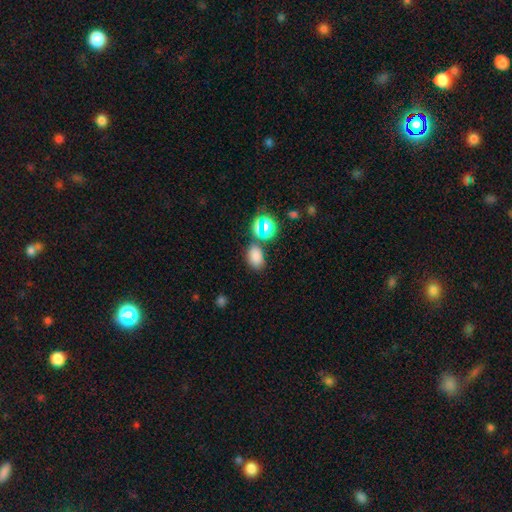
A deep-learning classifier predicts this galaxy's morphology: smooth 73%, star or artifact 21%, featured or disk 6%. Down the decision tree: how rounded — in between (77%); merging — none (70%).